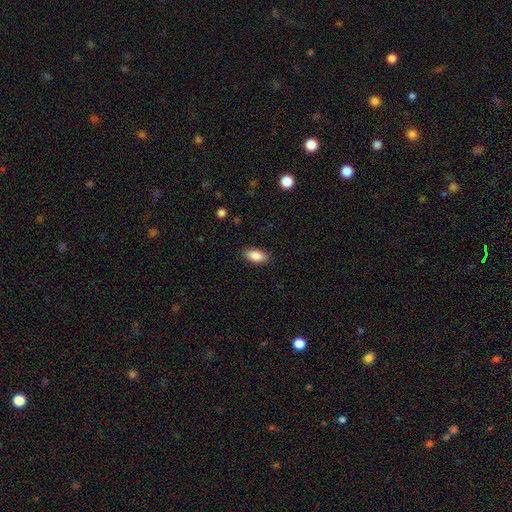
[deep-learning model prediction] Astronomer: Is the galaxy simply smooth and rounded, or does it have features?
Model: smooth — 87%.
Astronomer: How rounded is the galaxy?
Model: in between — 90%.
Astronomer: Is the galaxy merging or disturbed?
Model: none — 87%.